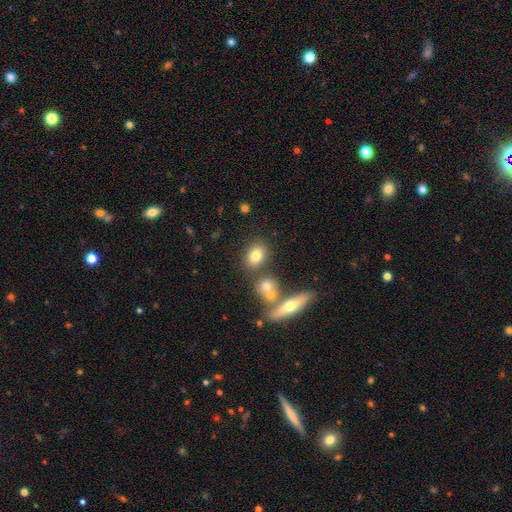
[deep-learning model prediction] smooth-or-featured: smooth: 75% | featured or disk: 14% | star or artifact: 11%
  how-rounded: in between: 57% | round: 40% | cigar-shaped: 3%
  merging: none: 71% | merger: 15% | minor disturbance: 10% | major disturbance: 4%